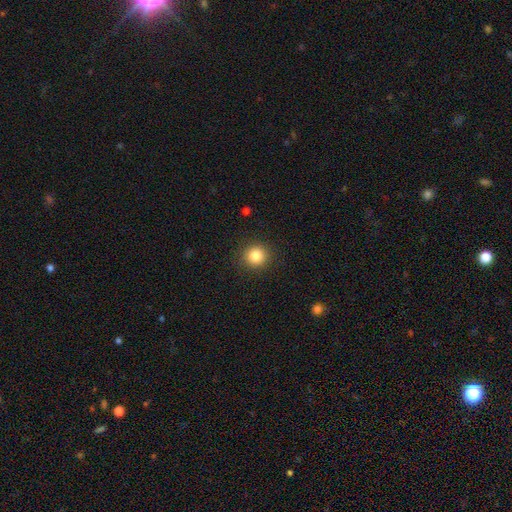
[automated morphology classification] Smooth or featured?
  - smooth: 84% *
  - star or artifact: 11%
  - featured or disk: 5%
How rounded?
  - round: 91% *
  - in between: 8%
  - cigar-shaped: 1%
Merging?
  - none: 90% *
  - minor disturbance: 6%
  - major disturbance: 2%
  - merger: 1%